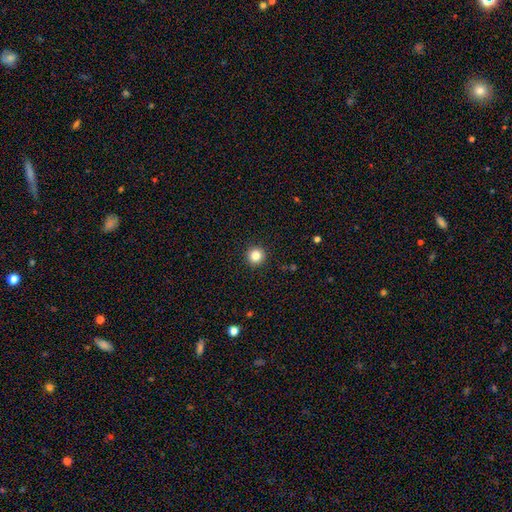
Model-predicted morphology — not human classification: A smooth galaxy with no disk features (83%) that is round (96%).

Vote fractions:
- Smooth or featured? smooth: 83% / star or artifact: 11% / featured or disk: 5%
- How rounded? round: 96% / in between: 4% / cigar-shaped: 1%
- Merging? none: 93% / minor disturbance: 5% / major disturbance: 2% / merger: 1%